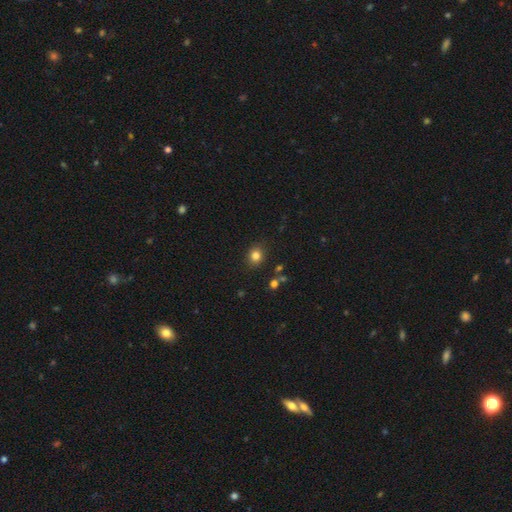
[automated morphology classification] smooth 81%, star or artifact 12%, featured or disk 6%. Down the decision tree: how rounded — round (72%); merging — none (86%).